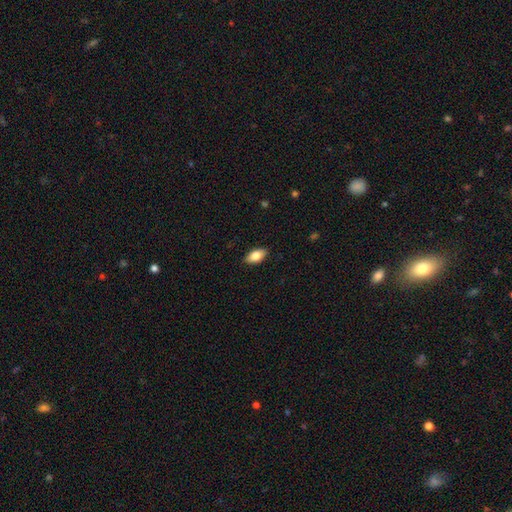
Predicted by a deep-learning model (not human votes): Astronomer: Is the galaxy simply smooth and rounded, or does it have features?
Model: smooth — 81%.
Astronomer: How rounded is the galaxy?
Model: in between — 91%.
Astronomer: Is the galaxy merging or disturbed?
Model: none — 88%.